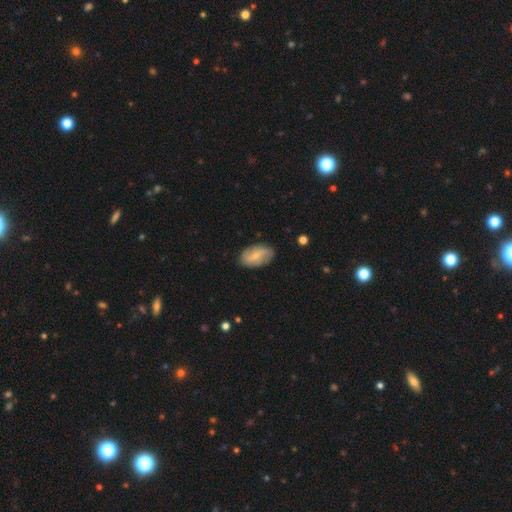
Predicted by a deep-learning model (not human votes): Morphology: type=featured or disk (58%); edge-on=no (95%); bar=weak (47%); spiral arms=yes (81%); bulge=small (67%); merging=none (79%).